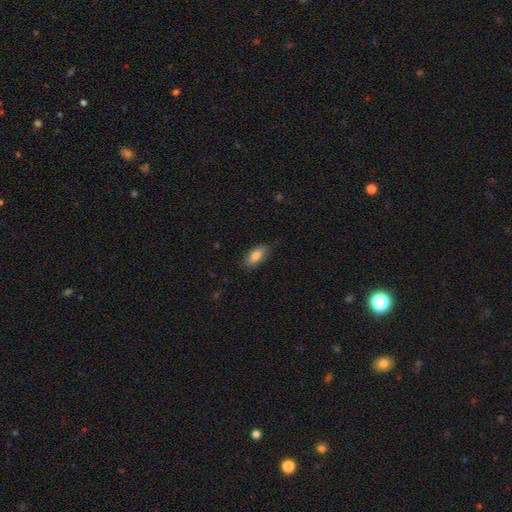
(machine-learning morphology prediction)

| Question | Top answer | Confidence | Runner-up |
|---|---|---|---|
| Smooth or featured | smooth | 81% | featured or disk (12%) |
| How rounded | in between | 84% | cigar-shaped (13%) |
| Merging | none | 84% | minor disturbance (13%) |